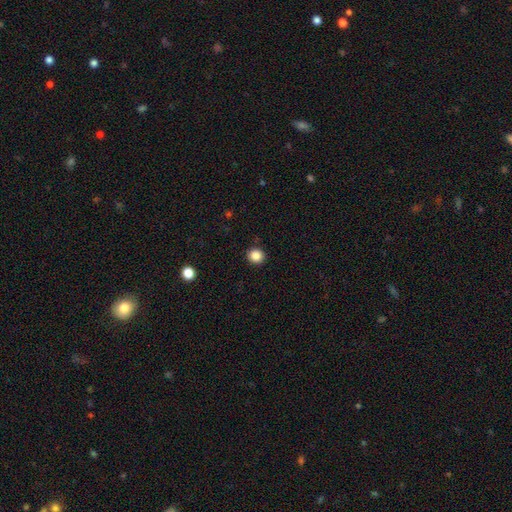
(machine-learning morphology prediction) A smooth galaxy with no disk features (86%) that is round (89%).

Vote fractions:
- Smooth or featured? smooth: 86% / star or artifact: 10% / featured or disk: 4%
- How rounded? round: 89% / in between: 10% / cigar-shaped: 1%
- Merging? none: 91% / minor disturbance: 6% / major disturbance: 2% / merger: 1%